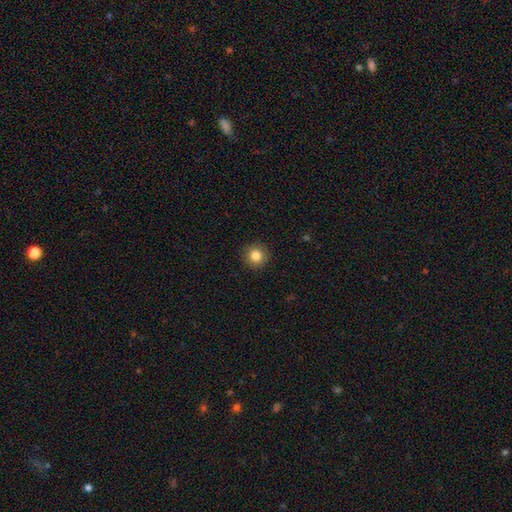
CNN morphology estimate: Smooth or featured?
  - smooth: 83% *
  - star or artifact: 10%
  - featured or disk: 7%
How rounded?
  - round: 95% *
  - in between: 5%
  - cigar-shaped: 1%
Merging?
  - none: 91% *
  - minor disturbance: 6%
  - major disturbance: 2%
  - merger: 1%